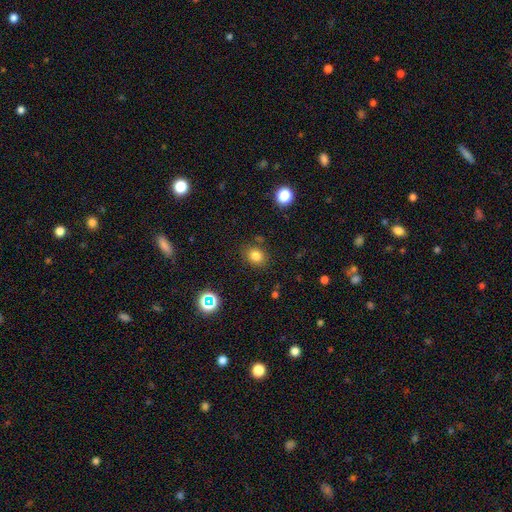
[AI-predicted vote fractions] Smooth or featured?
  - smooth: 80% *
  - star or artifact: 14%
  - featured or disk: 6%
How rounded?
  - round: 60% *
  - in between: 40%
  - cigar-shaped: 1%
Merging?
  - none: 81% *
  - minor disturbance: 12%
  - major disturbance: 4%
  - merger: 3%